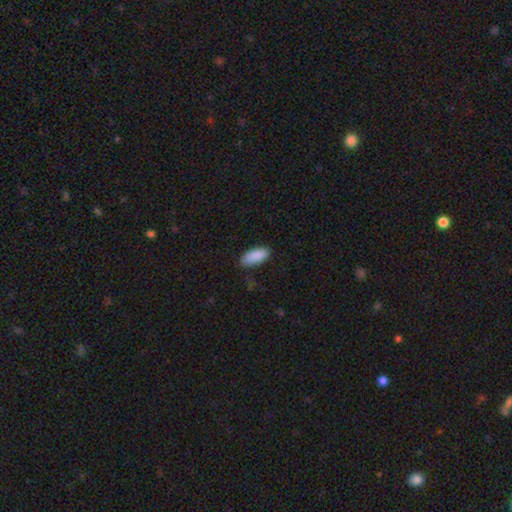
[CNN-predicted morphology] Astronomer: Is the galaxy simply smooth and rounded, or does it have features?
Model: smooth — 89%.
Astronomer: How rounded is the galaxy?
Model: in between — 86%.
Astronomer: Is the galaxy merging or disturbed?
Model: none — 80%.